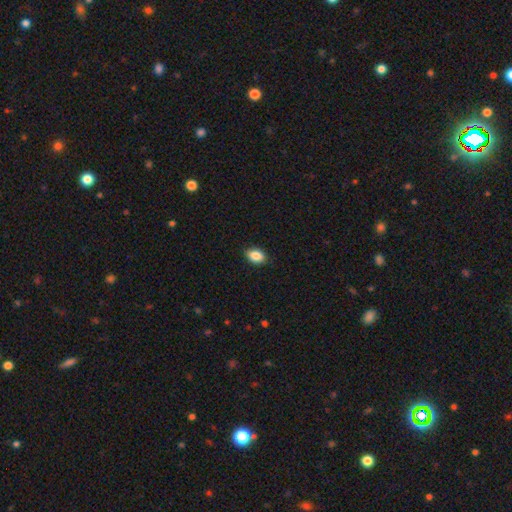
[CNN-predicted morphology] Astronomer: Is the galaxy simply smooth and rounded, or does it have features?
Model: smooth — 87%.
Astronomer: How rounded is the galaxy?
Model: in between — 83%.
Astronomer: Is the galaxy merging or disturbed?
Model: none — 86%.